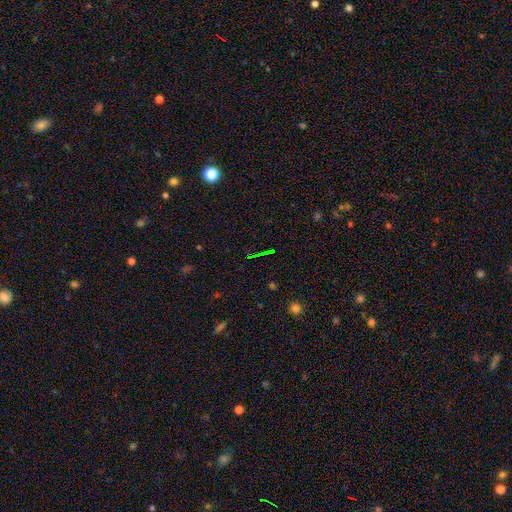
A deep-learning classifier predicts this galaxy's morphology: star or artifact 73%, smooth 15%, featured or disk 13%.